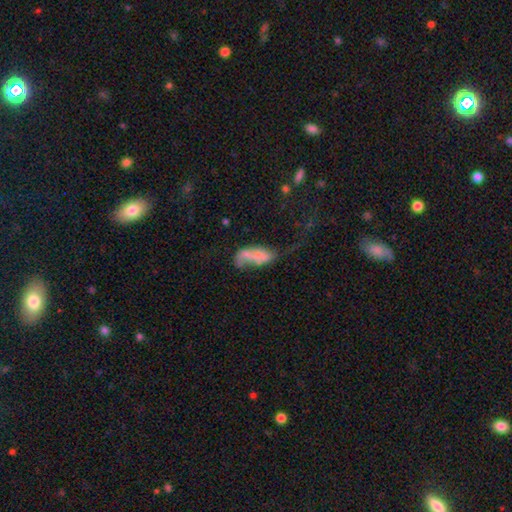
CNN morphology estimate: smooth 54%, featured or disk 34%, star or artifact 12%. Down the decision tree: how rounded — in between (83%); merging — major disturbance (35%).